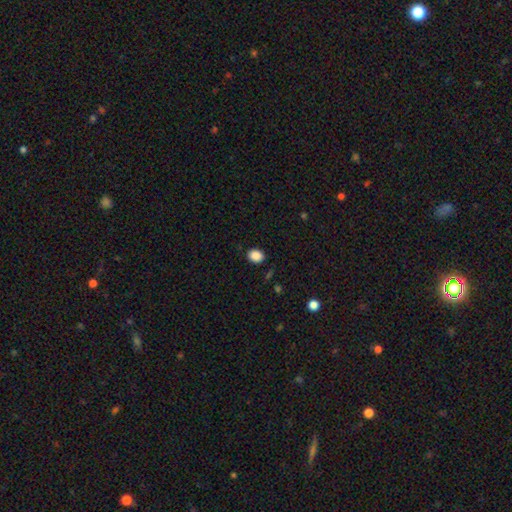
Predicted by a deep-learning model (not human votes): Smooth or featured: smooth — 88% (star or artifact — 9%)
How rounded: in between — 54% (round — 45%)
Merging: none — 88% (minor disturbance — 8%)